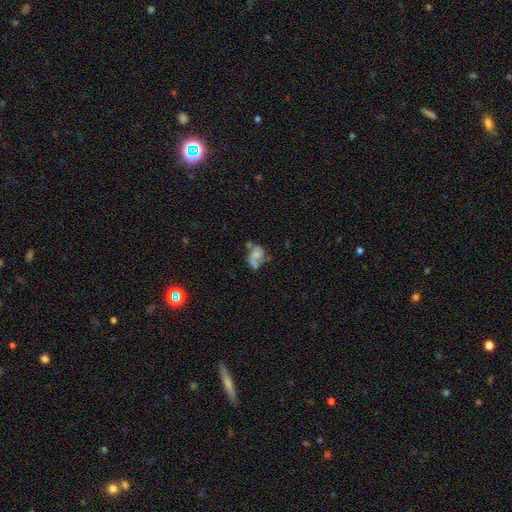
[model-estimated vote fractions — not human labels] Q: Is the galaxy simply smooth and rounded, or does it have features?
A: featured or disk — 46%.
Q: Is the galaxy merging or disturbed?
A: none — 27%, tied with major disturbance.